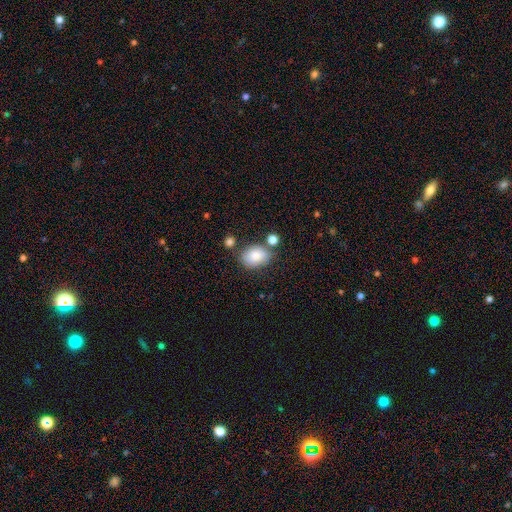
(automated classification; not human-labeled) A smooth galaxy with no disk features (81%) that is in between round and cigar-shaped (80%).

Vote fractions:
- Smooth or featured? smooth: 81% / featured or disk: 11% / star or artifact: 8%
- How rounded? in between: 80% / round: 19% / cigar-shaped: 1%
- Merging? none: 64% / minor disturbance: 19% / merger: 11% / major disturbance: 6%